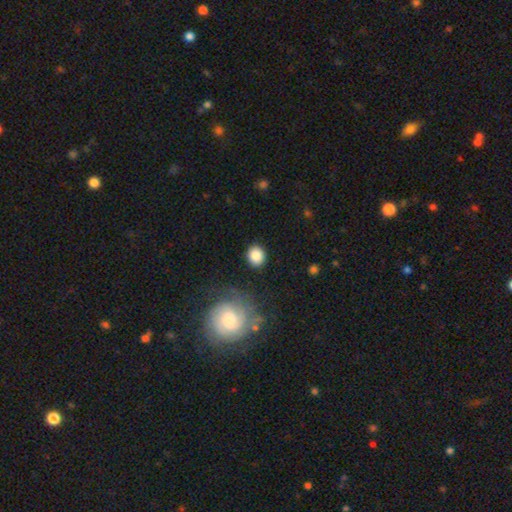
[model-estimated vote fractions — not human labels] smooth 86%, star or artifact 8%, featured or disk 6%. Down the decision tree: how rounded — round (74%); merging — none (86%).